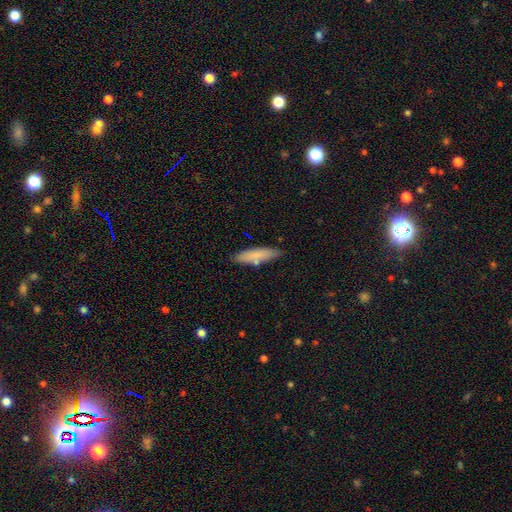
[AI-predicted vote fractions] The model was most divided on "how rounded": cigar-shaped: 75%, in between: 24%, round: 2%. More confident: merging — none (80%); smooth or featured — smooth (79%).